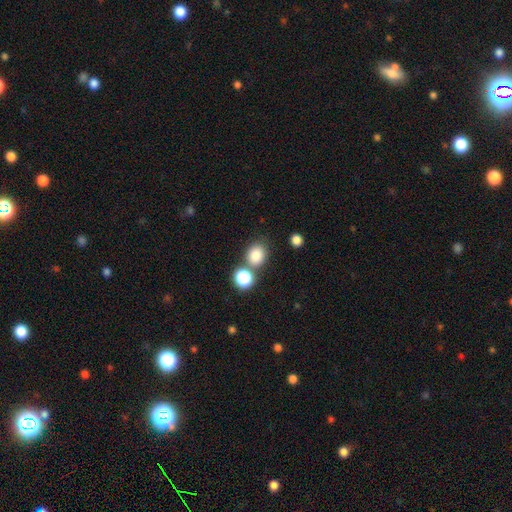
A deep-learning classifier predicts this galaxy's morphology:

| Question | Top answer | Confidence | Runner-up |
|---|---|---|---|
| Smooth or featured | smooth | 82% | star or artifact (12%) |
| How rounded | round | 63% | in between (36%) |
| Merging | none | 63% | merger (22%) |